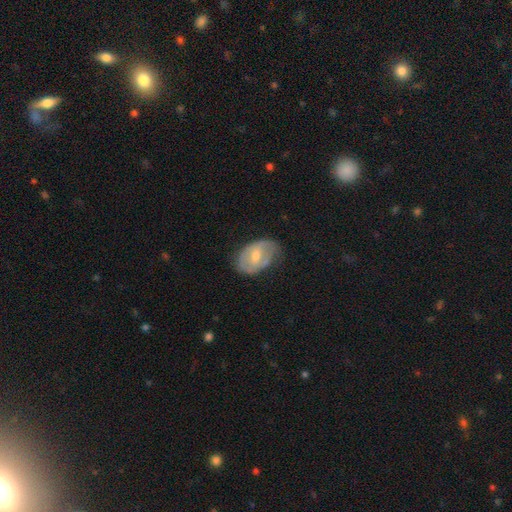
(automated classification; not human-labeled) Overall: featured or disk (51%; smooth 42%). Edge-on disk: no (93%). Merging: none (62%; minor disturbance 29%).